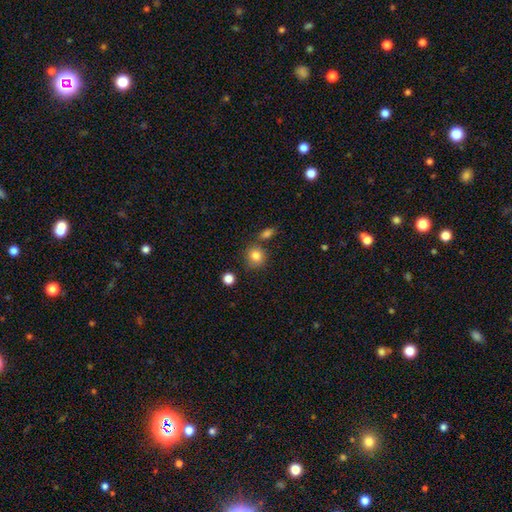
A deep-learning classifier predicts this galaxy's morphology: A smooth galaxy with no disk features (83%) that is round (83%). Merging: none (73%).